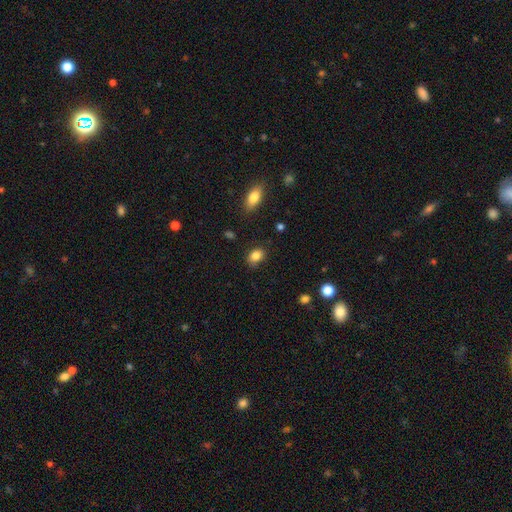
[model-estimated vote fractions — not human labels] The model was most divided on "how rounded": in between: 64%, round: 35%, cigar-shaped: 1%. More confident: smooth or featured — smooth (85%); merging — none (79%).